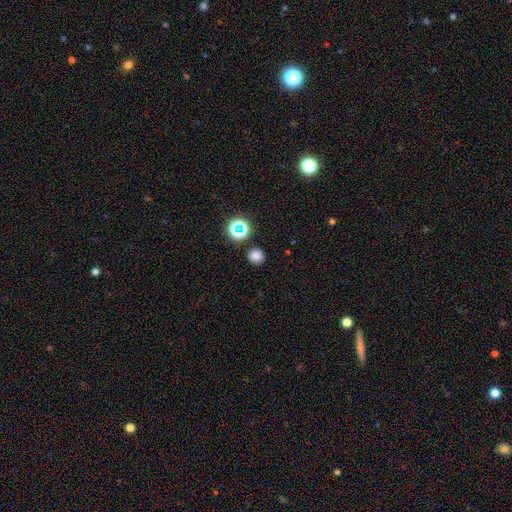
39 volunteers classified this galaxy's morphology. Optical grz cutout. It shows a smooth galaxy with no disk features (92%) that is round (97%). Merging: none (92%).